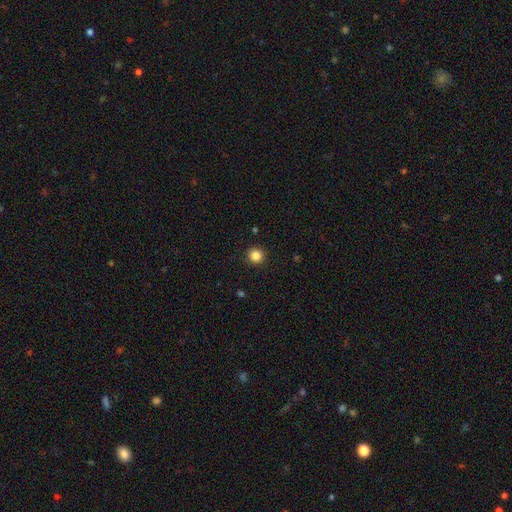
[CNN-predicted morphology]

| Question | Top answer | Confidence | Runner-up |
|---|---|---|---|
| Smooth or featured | smooth | 85% | star or artifact (12%) |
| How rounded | round | 95% | in between (4%) |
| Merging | none | 92% | minor disturbance (5%) |